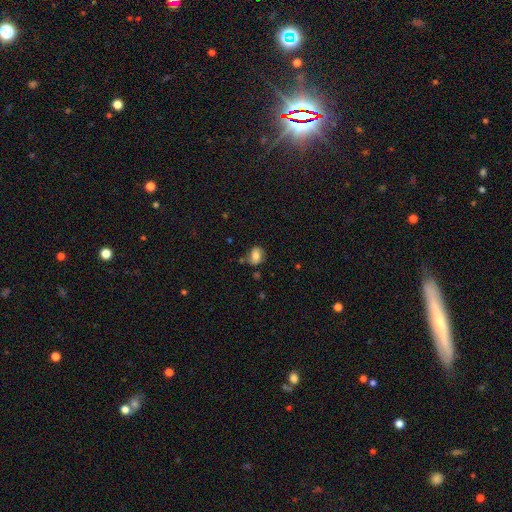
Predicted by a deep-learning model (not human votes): smooth 67%, featured or disk 23%, star or artifact 10%. Down the decision tree: how rounded — in between (51%); merging — none (67%).